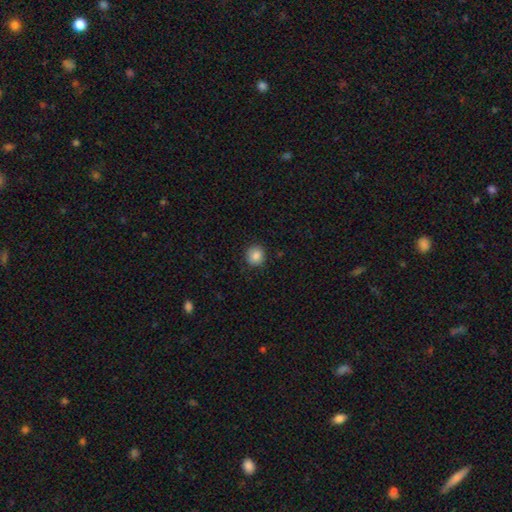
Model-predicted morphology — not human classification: Smooth or featured?
  - smooth: 86% *
  - star or artifact: 9%
  - featured or disk: 4%
How rounded?
  - round: 90% *
  - in between: 9%
  - cigar-shaped: 1%
Merging?
  - none: 89% *
  - minor disturbance: 7%
  - major disturbance: 2%
  - merger: 1%